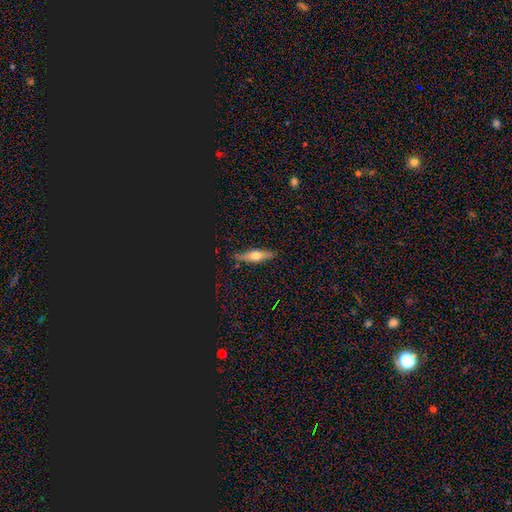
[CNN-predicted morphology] Smooth or featured?
  - smooth: 48% *
  - featured or disk: 42%
  - star or artifact: 9%
Merging?
  - none: 87% *
  - minor disturbance: 10%
  - major disturbance: 2%
  - merger: 1%